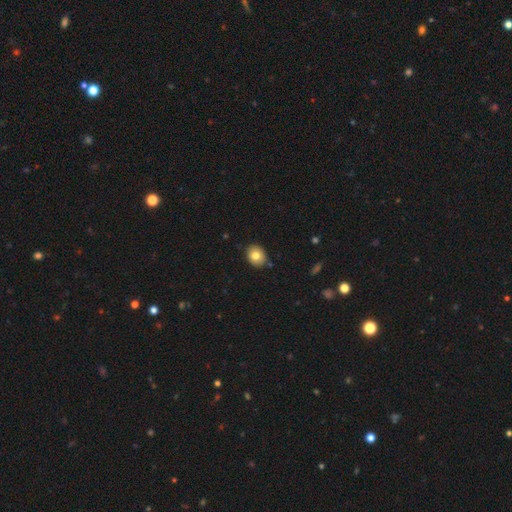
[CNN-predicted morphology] Overall: smooth (78%). How rounded: in between (54%; round 45%). Merging: none (84%).